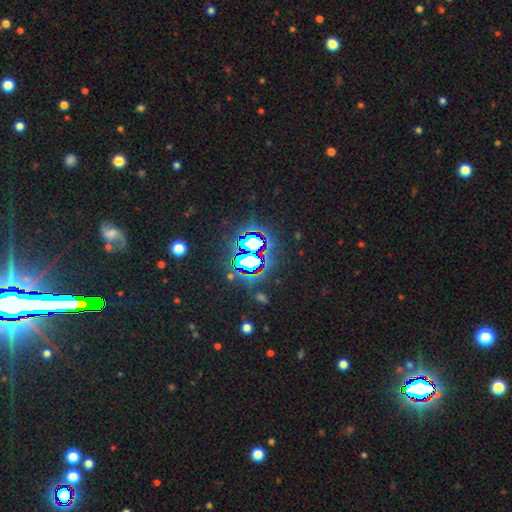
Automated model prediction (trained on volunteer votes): Smooth or featured?
  - star or artifact: 80% *
  - smooth: 11%
  - featured or disk: 9%